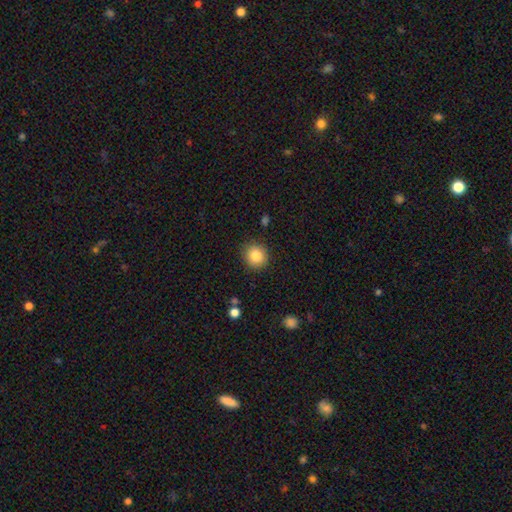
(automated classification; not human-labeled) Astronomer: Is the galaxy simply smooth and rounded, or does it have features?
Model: smooth — 84%.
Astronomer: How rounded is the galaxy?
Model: round — 88%.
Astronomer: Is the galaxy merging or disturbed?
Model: none — 88%.